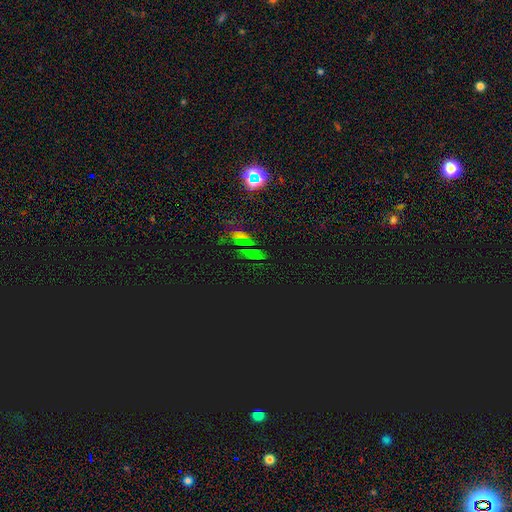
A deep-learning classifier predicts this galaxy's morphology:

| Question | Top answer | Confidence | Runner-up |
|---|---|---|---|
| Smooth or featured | star or artifact | 76% | smooth (15%) |